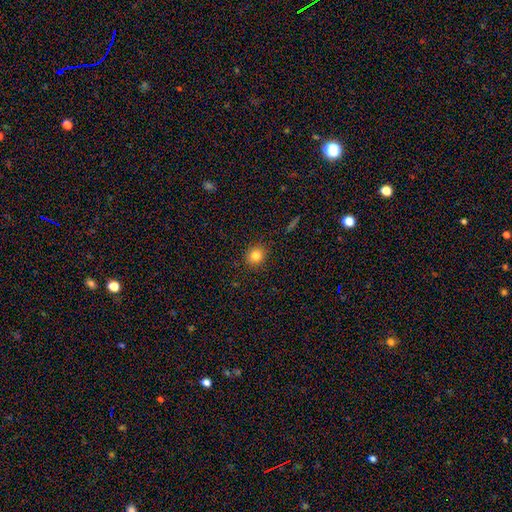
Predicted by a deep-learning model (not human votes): smooth 82%, star or artifact 12%, featured or disk 6%. Down the decision tree: how rounded — round (82%); merging — none (89%).